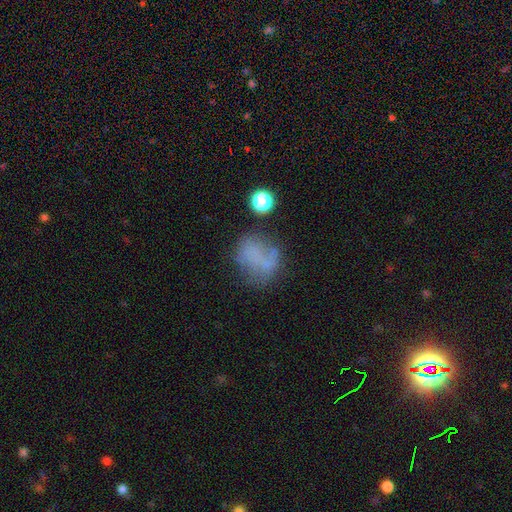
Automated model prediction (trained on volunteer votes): A smooth galaxy with no disk features (55%) that is round (59%).

Vote fractions:
- Smooth or featured? smooth: 55% / featured or disk: 28% / star or artifact: 17%
- How rounded? round: 59% / in between: 39% / cigar-shaped: 2%
- Merging? none: 44% / minor disturbance: 23% / major disturbance: 22% / merger: 12%